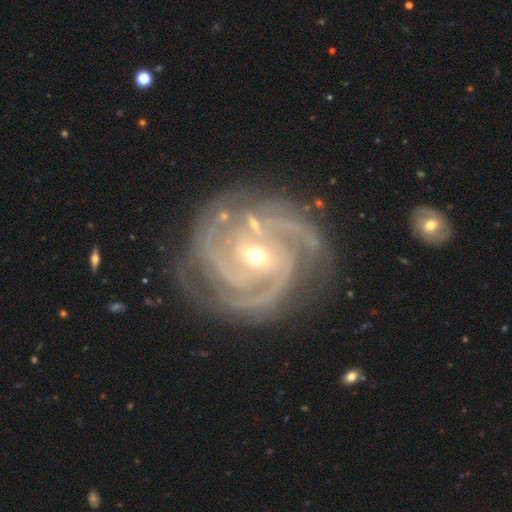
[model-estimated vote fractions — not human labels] This appears to be a featured or disk galaxy (92%) with a weak bar (40%), 3 (44%) tight (71%) spiral arms (99%) and a small central bulge (52%). Merging: none (75%).